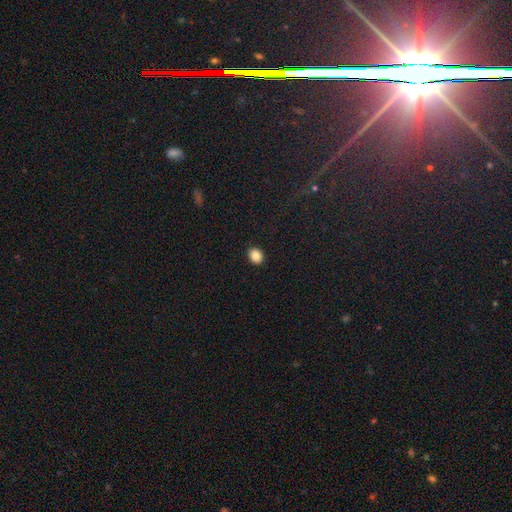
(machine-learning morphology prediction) smooth_or_featured: smooth (p=0.86) [alt: star or artifact p=0.10]
how_rounded: round (p=0.56) [alt: in between p=0.43]
merging: none (p=0.91) [alt: minor disturbance p=0.06]